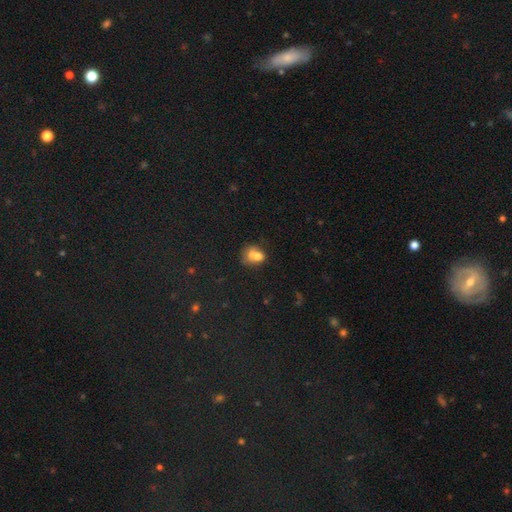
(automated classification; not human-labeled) This is likely a smooth galaxy (64%). How rounded: possibly round (50%). Merging: possibly merger (50%).